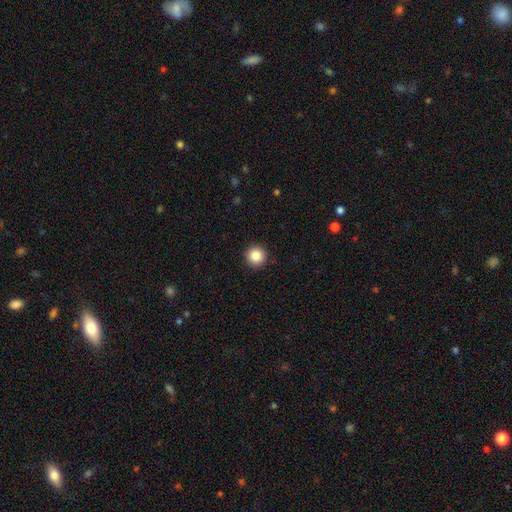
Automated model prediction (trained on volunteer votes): A smooth galaxy with no disk features (86%) that is round (96%).

Vote fractions:
- Smooth or featured? smooth: 86% / star or artifact: 10% / featured or disk: 4%
- How rounded? round: 96% / in between: 3% / cigar-shaped: 1%
- Merging? none: 93% / minor disturbance: 5% / major disturbance: 2% / merger: 1%